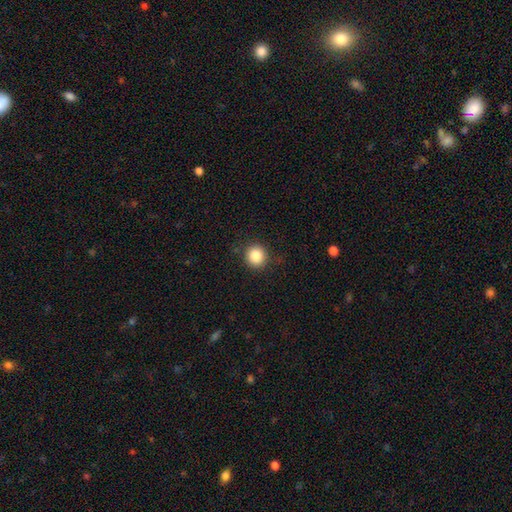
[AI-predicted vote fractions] Smooth or featured? smooth (86%)
How rounded? round (92%)
Merging? none (89%)